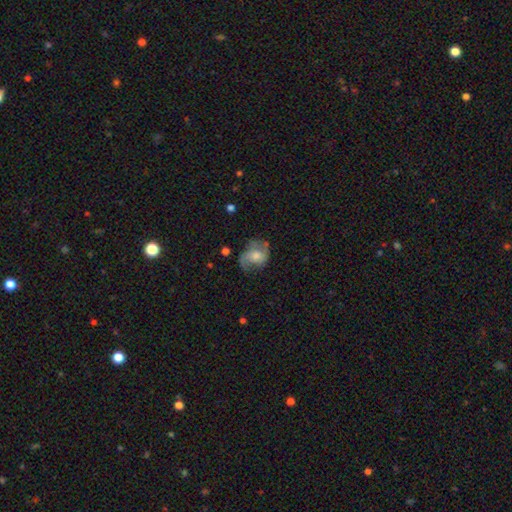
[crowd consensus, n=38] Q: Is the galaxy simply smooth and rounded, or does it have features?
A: featured or disk — 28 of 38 (74%).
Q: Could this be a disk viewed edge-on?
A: no — 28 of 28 (100%).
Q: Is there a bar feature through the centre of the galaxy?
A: no — 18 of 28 (64%).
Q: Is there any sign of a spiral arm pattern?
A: yes — 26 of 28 (93%).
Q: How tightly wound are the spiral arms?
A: medium — 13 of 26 (50%).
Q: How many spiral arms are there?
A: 2 — 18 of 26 (69%).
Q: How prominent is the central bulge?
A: moderate — 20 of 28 (71%).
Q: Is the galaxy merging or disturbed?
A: none — 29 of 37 (78%).